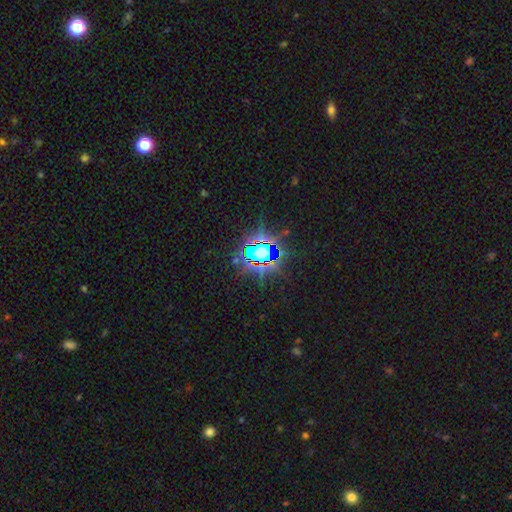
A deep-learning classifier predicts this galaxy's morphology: Smooth or featured? star or artifact (79%)